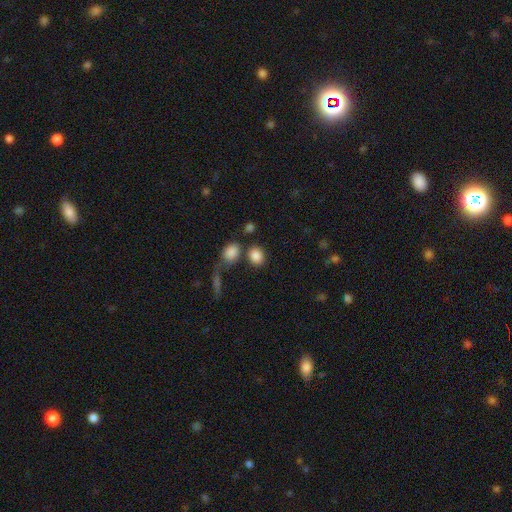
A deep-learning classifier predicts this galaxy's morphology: A smooth galaxy with no disk features (86%) that is in between round and cigar-shaped (55%).

Vote fractions:
- Smooth or featured? smooth: 86% / star or artifact: 9% / featured or disk: 6%
- How rounded? in between: 55% / round: 43% / cigar-shaped: 2%
- Merging? none: 68% / merger: 17% / minor disturbance: 10% / major disturbance: 5%